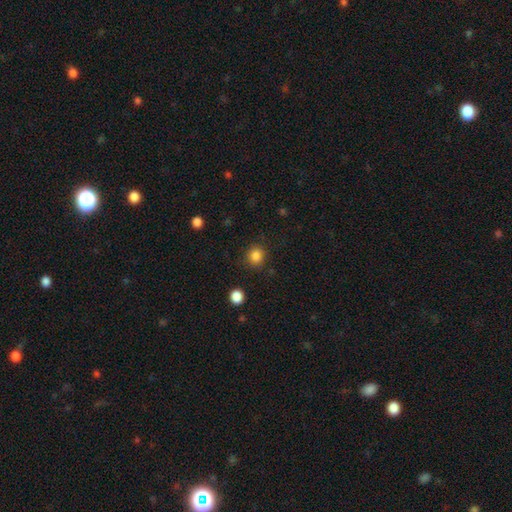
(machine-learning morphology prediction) smooth 85%, star or artifact 11%, featured or disk 4%. Down the decision tree: how rounded — round (84%); merging — none (86%).